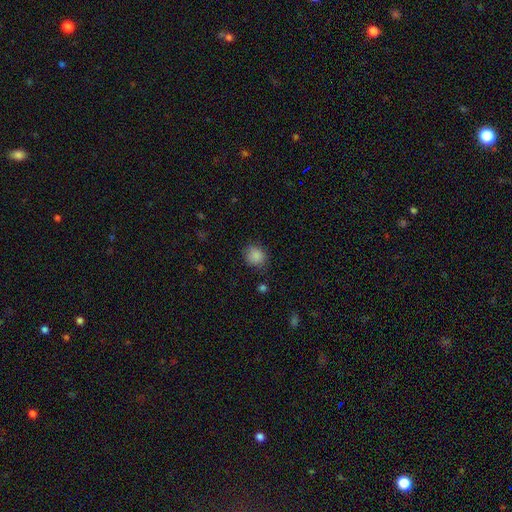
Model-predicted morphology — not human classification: type=smooth (87%); roundness=round (80%); merging=none (82%).